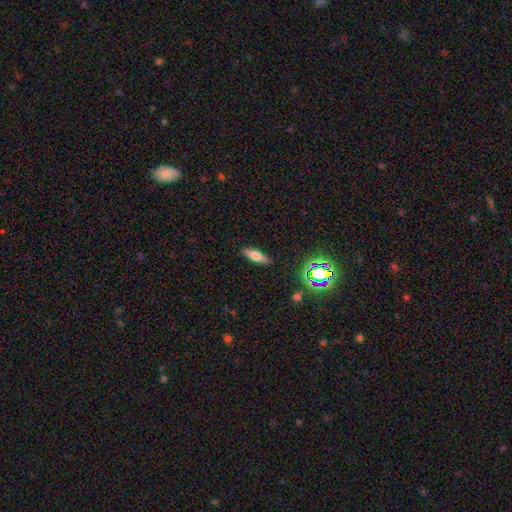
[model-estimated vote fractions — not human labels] The model was most divided on "how rounded": cigar-shaped: 49%, in between: 48%, round: 3%. More confident: merging — none (88%); smooth or featured — smooth (60%).